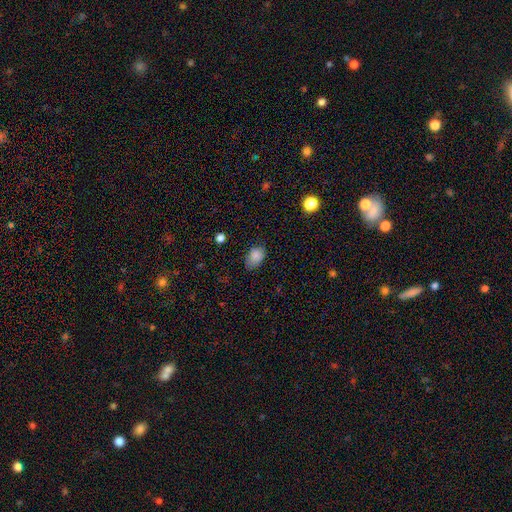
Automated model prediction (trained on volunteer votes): smooth-or-featured: smooth: 85% | star or artifact: 9% | featured or disk: 6%
  how-rounded: in between: 83% | round: 15% | cigar-shaped: 1%
  merging: none: 68% | minor disturbance: 26% | major disturbance: 5% | merger: 1%